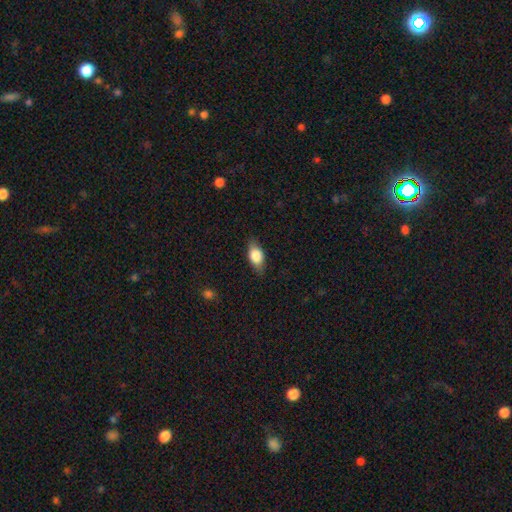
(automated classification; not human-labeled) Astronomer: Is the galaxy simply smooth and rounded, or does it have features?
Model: smooth — 75%.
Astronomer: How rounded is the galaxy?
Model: in between — 84%.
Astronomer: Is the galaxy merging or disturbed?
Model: none — 82%.